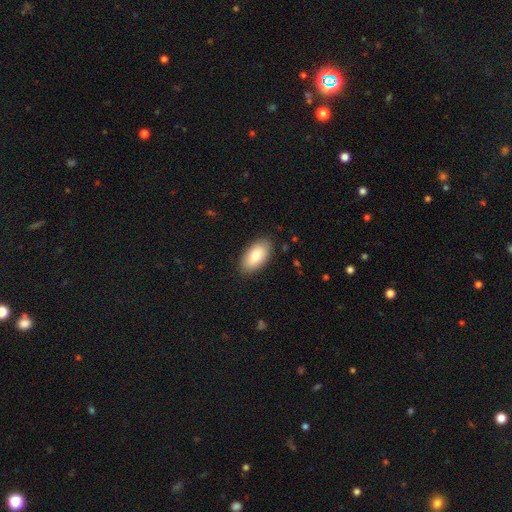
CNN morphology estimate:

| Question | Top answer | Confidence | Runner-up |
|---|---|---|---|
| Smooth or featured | smooth | 80% | featured or disk (14%) |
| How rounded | in between | 94% | round (3%) |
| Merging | none | 87% | minor disturbance (10%) |